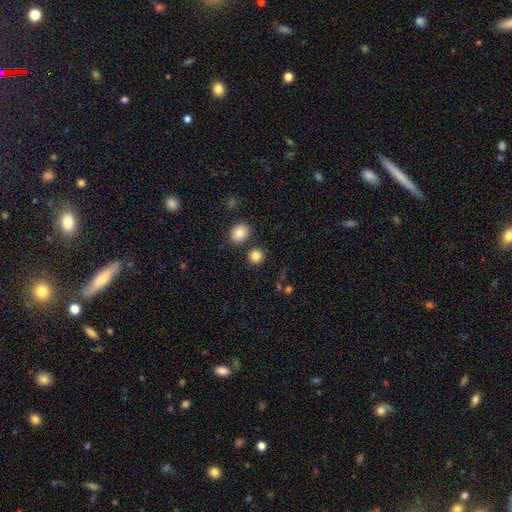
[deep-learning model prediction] Smooth or featured? Predicted: smooth (p=0.84). How rounded? Predicted: round (p=0.87). Merging? Predicted: none (p=0.81).